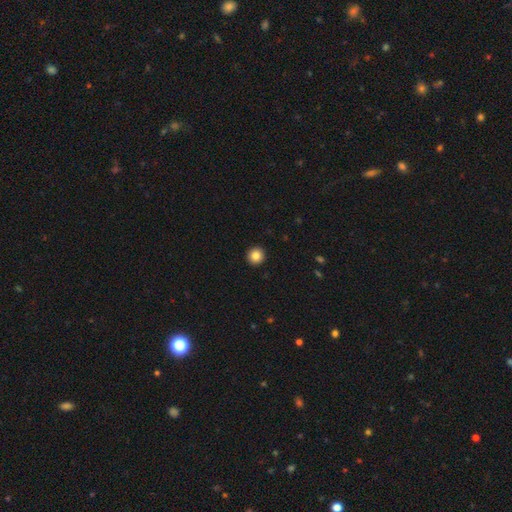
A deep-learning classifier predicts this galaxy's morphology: A smooth galaxy with no disk features (85%) that is round (95%). Merging: none (94%).